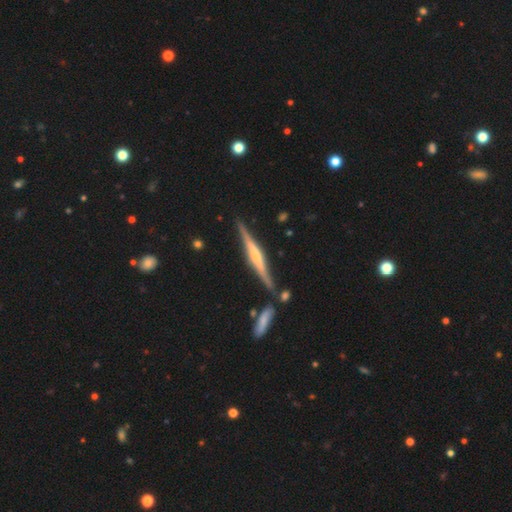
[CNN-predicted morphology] This appears to be a featured or disk galaxy (72%) viewed edge-on (97%) with a rounded central bulge (42%). Merging: none (80%).